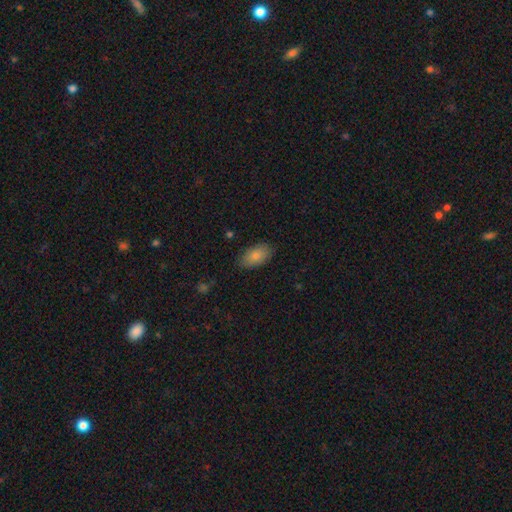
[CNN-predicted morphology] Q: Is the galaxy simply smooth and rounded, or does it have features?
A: smooth — 84%.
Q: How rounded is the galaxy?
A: in between — 94%.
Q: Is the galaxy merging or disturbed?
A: none — 84%.